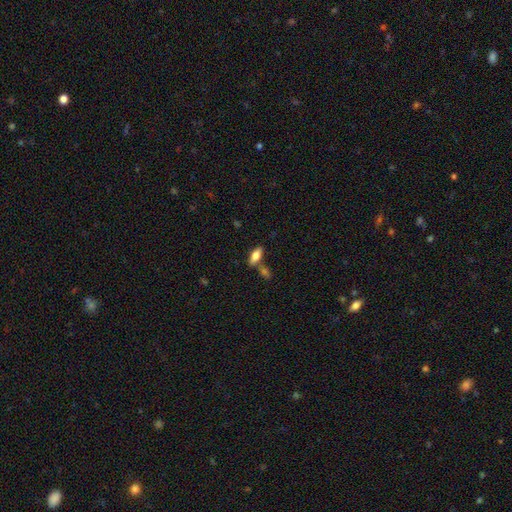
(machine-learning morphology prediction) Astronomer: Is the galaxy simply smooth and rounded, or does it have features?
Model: smooth — 72%.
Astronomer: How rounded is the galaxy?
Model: in between — 77%.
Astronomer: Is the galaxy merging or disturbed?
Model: none — 68%.